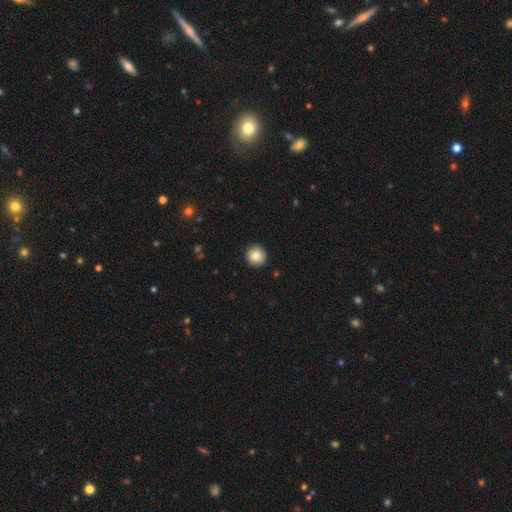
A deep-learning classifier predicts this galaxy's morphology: This appears to be a smooth galaxy with no disk features (84%) that is round (93%). Merging: none (91%).